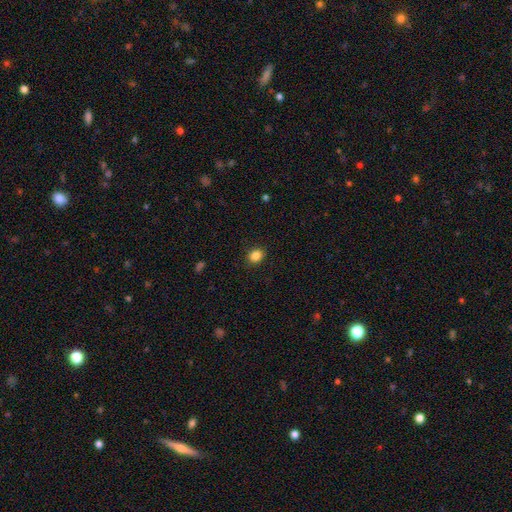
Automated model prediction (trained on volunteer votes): A smooth galaxy with no disk features (85%) that is round (70%).

Vote fractions:
- Smooth or featured? smooth: 85% / star or artifact: 11% / featured or disk: 4%
- How rounded? round: 70% / in between: 29% / cigar-shaped: 1%
- Merging? none: 90% / minor disturbance: 7% / major disturbance: 2% / merger: 1%